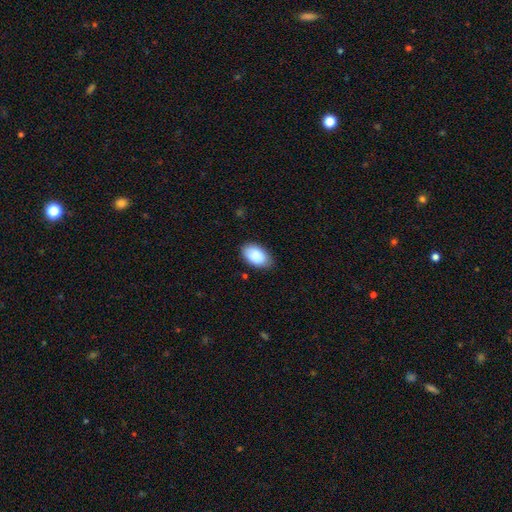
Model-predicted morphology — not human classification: smooth-or-featured: smooth: 89% | star or artifact: 6% | featured or disk: 5%
  how-rounded: in between: 93% | round: 5% | cigar-shaped: 1%
  merging: none: 80% | minor disturbance: 16% | major disturbance: 3% | merger: 1%